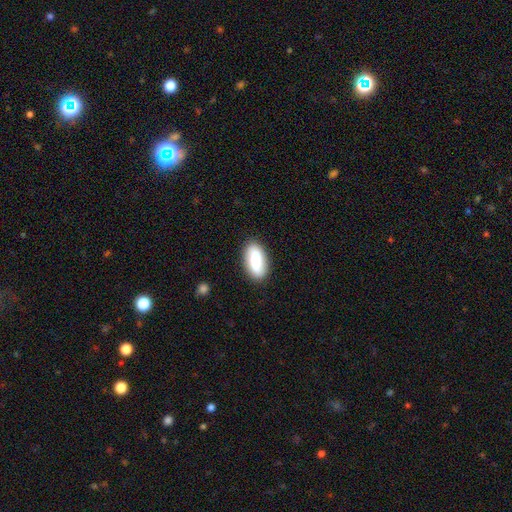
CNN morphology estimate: smooth-or-featured: smooth: 69% | featured or disk: 24% | star or artifact: 6%
  how-rounded: in between: 87% | cigar-shaped: 9% | round: 3%
  merging: none: 86% | minor disturbance: 10% | major disturbance: 2% | merger: 1%